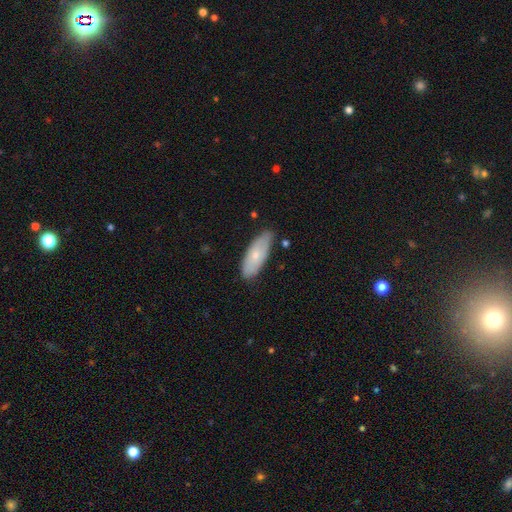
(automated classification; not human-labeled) A smooth galaxy with no disk features (67%) that is in between round and cigar-shaped (75%).

Vote fractions:
- Smooth or featured? smooth: 67% / featured or disk: 27% / star or artifact: 6%
- How rounded? in between: 75% / cigar-shaped: 23% / round: 2%
- Merging? none: 76% / minor disturbance: 19% / major disturbance: 3% / merger: 2%